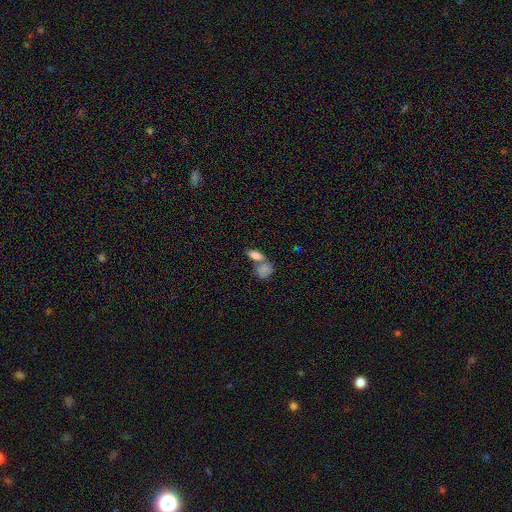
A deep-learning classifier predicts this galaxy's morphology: The model was most divided on "merging": merger: 50%, none: 37%, minor disturbance: 9%, major disturbance: 4%. More confident: how rounded — in between (84%); smooth or featured — smooth (84%).